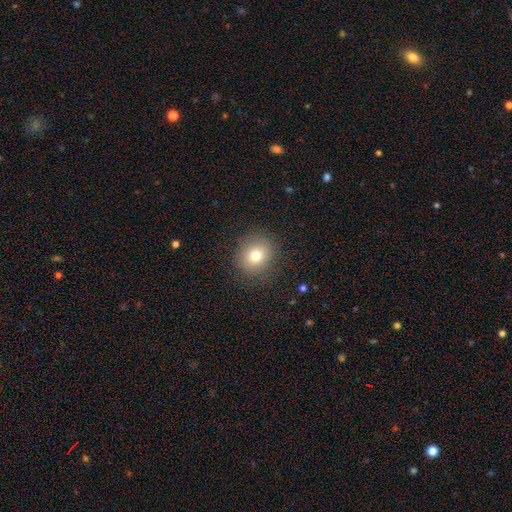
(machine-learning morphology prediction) The model was most divided on "how rounded": round: 78%, in between: 21%, cigar-shaped: 1%. More confident: merging — none (87%); smooth or featured — smooth (76%).